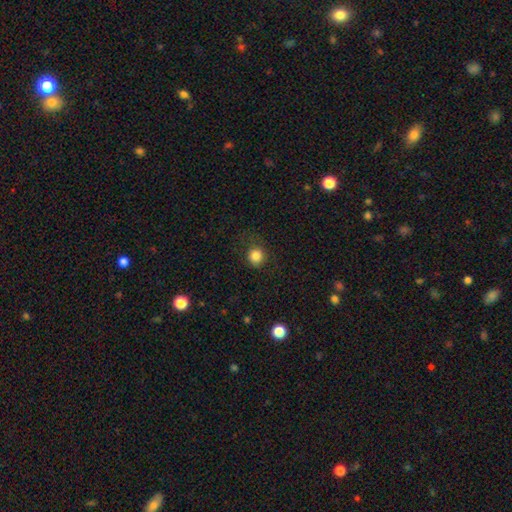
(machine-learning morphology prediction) smooth_or_featured: smooth (p=0.84) [alt: star or artifact p=0.11]
how_rounded: round (p=0.86) [alt: in between p=0.13]
merging: none (p=0.78) [alt: minor disturbance p=0.14]